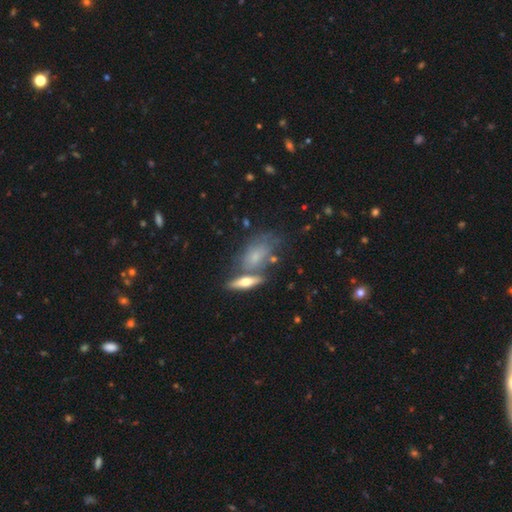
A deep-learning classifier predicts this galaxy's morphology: Smooth or featured?
  - smooth: 55% *
  - featured or disk: 36%
  - star or artifact: 9%
How rounded?
  - in between: 77% *
  - cigar-shaped: 12%
  - round: 11%
Merging?
  - none: 47% *
  - merger: 25%
  - minor disturbance: 20%
  - major disturbance: 8%